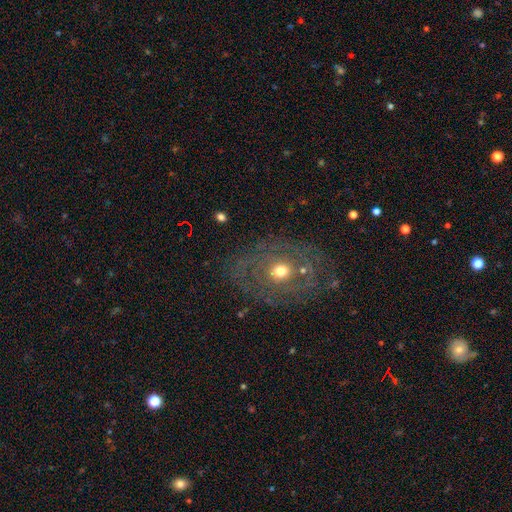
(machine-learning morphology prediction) This is possibly a featured or disk galaxy (50%). Merging: likely none (80%).